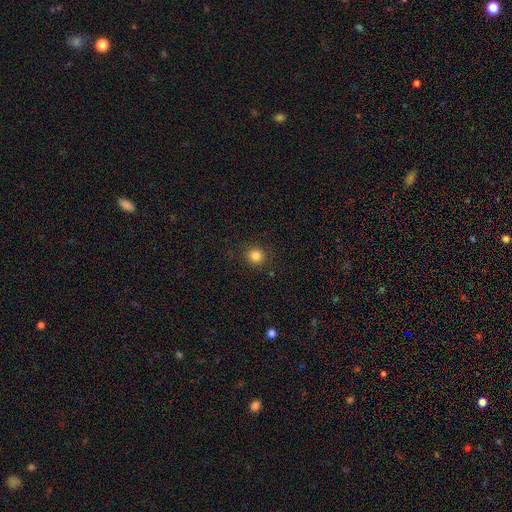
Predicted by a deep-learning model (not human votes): Morphology: type=smooth (83%); roundness=round (92%); merging=none (90%).